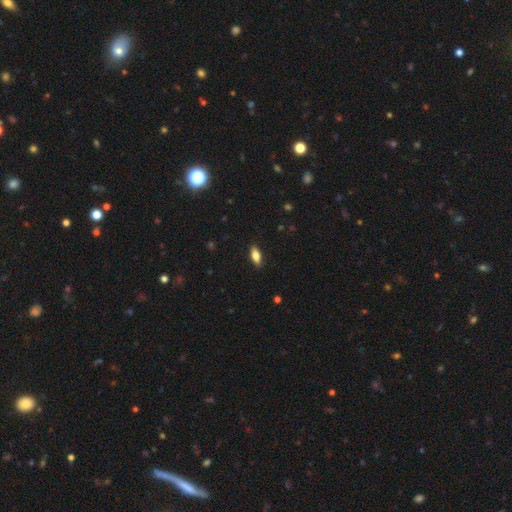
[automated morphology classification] This appears to be a smooth galaxy with no disk features (76%) that is in between round and cigar-shaped (82%). Merging: none (87%).